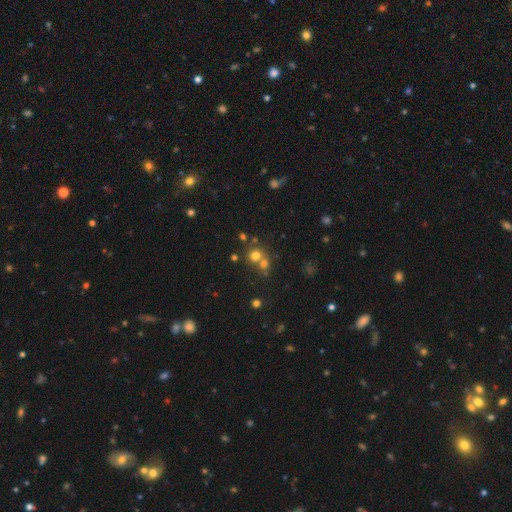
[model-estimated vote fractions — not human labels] Smooth or featured?
  - smooth: 69% *
  - star or artifact: 20%
  - featured or disk: 11%
How rounded?
  - round: 86% *
  - in between: 13%
  - cigar-shaped: 1%
Merging?
  - none: 50% *
  - merger: 41%
  - minor disturbance: 6%
  - major disturbance: 3%